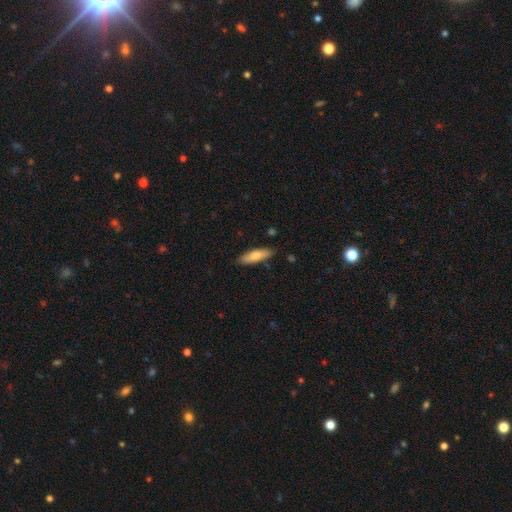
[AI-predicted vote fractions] A smooth galaxy with no disk features (76%) that is cigar-shaped (57%). Merging: none (84%).